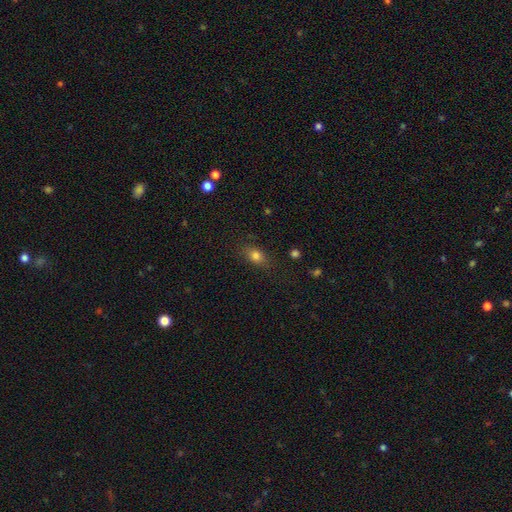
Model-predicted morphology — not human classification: A smooth galaxy with no disk features (79%) that is in between round and cigar-shaped (66%). Merging: none (80%).